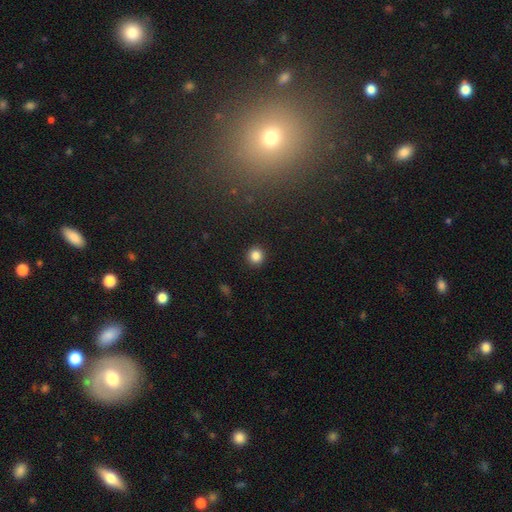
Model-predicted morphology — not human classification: A smooth galaxy with no disk features (85%) that is round (92%). Merging: none (92%).